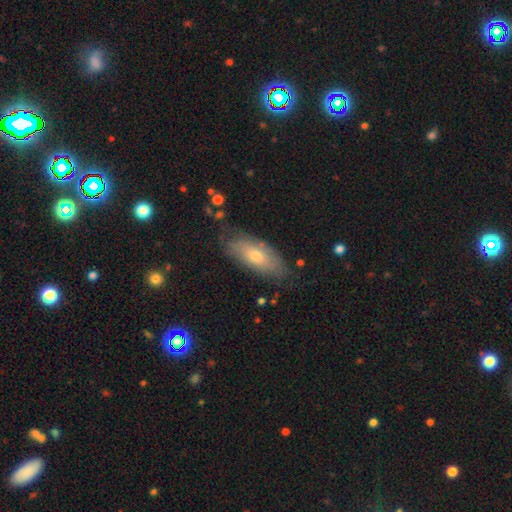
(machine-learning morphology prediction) smooth-or-featured: smooth: 61% | featured or disk: 32% | star or artifact: 7%
  how-rounded: in between: 81% | cigar-shaped: 16% | round: 3%
  merging: none: 72% | minor disturbance: 21% | major disturbance: 5% | merger: 2%